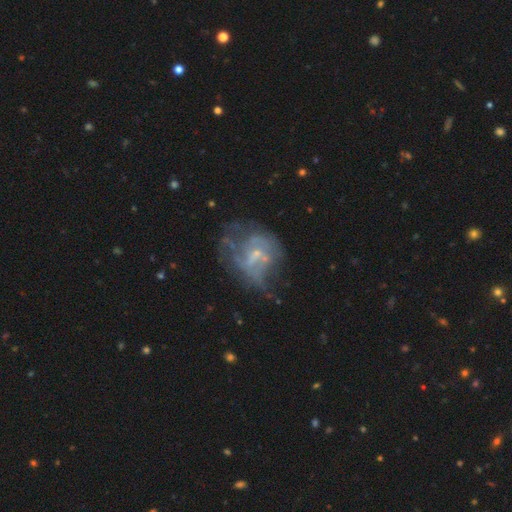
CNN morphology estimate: Smooth or featured? featured or disk (67%)
Edge-on disk? no (97%)
Bar? no (53%)
Spiral arms? no (52%)
Bulge size? small (62%)
Merging? none (37%)